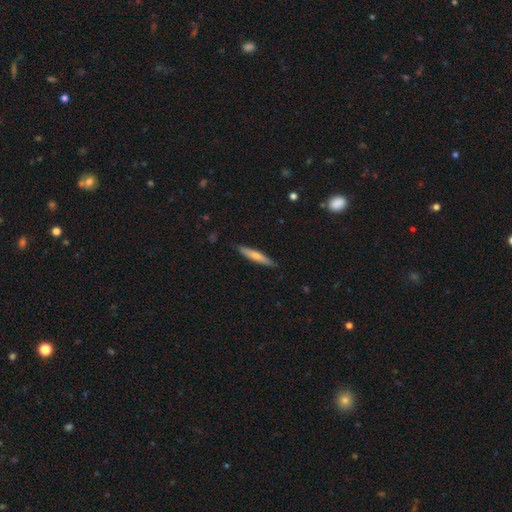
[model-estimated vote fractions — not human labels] Smooth or featured? smooth (64%)
How rounded? cigar-shaped (91%)
Merging? none (88%)